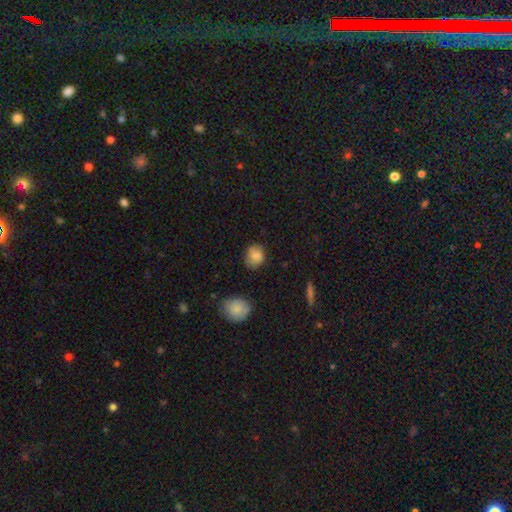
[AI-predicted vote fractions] Q: Smooth or featured?
A: smooth (83%); runner-up: featured or disk (9%)
Q: How rounded?
A: round (65%); runner-up: in between (34%)
Q: Merging?
A: none (71%); runner-up: minor disturbance (23%)